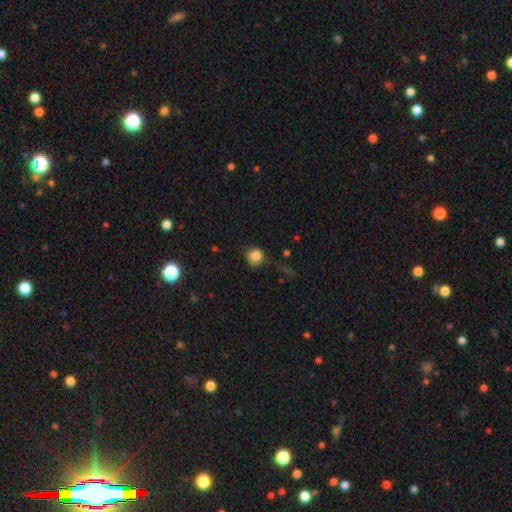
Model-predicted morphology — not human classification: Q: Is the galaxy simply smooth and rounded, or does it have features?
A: smooth — 82%.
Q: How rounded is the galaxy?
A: round — 86%.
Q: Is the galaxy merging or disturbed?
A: none — 66%.